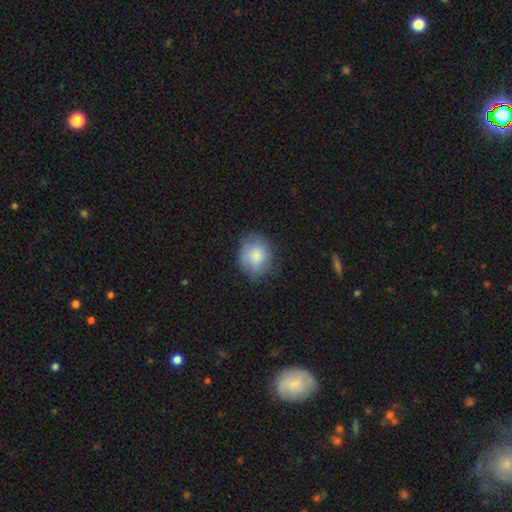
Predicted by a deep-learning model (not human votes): smooth_or_featured: smooth (p=0.83) [alt: featured or disk p=0.10]
how_rounded: round (p=0.66) [alt: in between p=0.33]
merging: none (p=0.69) [alt: minor disturbance p=0.23]